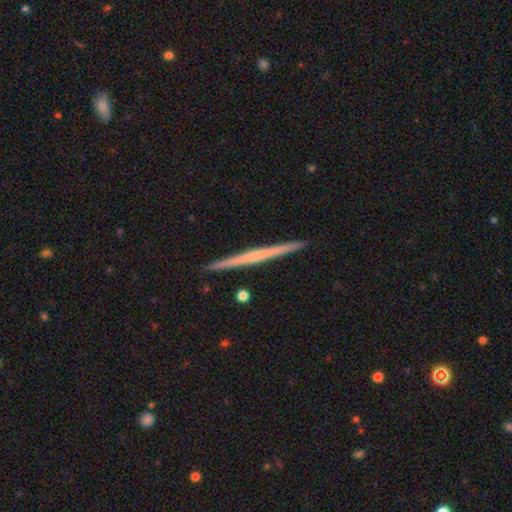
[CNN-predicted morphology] The model was most divided on "smooth or featured": featured or disk: 63%, smooth: 32%, star or artifact: 5%. More confident: edge-on disk — yes (98%); merging — none (93%); edge-on bulge — none (75%).